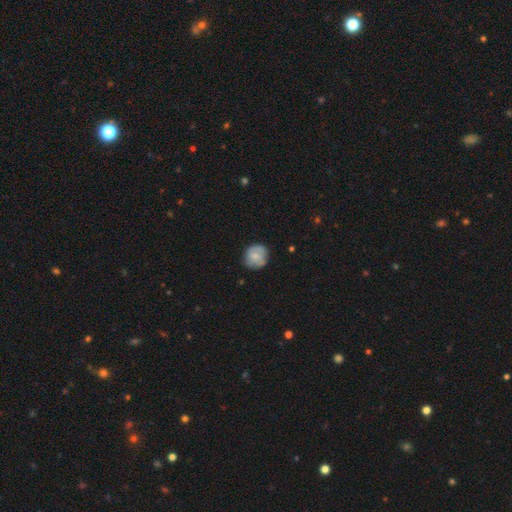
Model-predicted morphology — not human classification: smooth_or_featured: smooth (p=0.69) [alt: featured or disk p=0.24]
how_rounded: round (p=0.84) [alt: in between p=0.15]
merging: none (p=0.74) [alt: minor disturbance p=0.20]